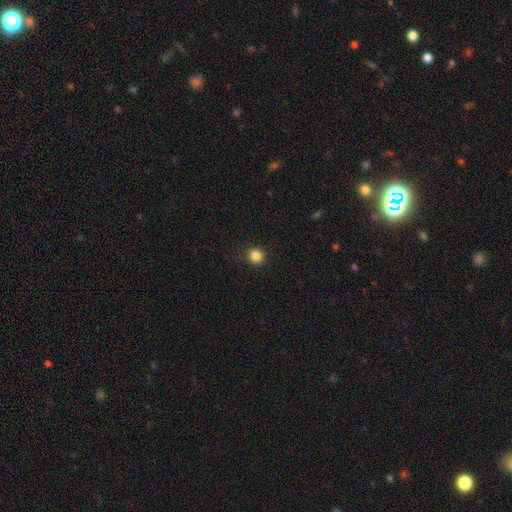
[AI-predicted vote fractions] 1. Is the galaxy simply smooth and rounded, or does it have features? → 85% smooth, 11% star or artifact, 4% featured or disk.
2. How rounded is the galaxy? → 89% round, 10% in between, 1% cigar-shaped.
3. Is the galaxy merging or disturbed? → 90% none, 7% minor disturbance, 2% major disturbance, 1% merger.